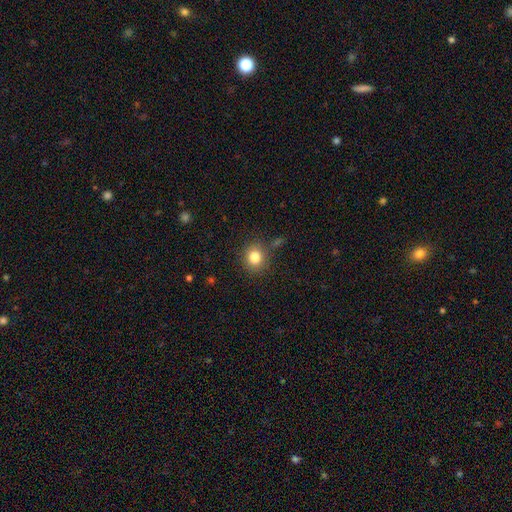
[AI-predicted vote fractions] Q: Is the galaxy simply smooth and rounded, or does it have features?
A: smooth — 82%.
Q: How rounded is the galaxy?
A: round — 82%.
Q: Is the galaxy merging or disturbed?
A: none — 82%.